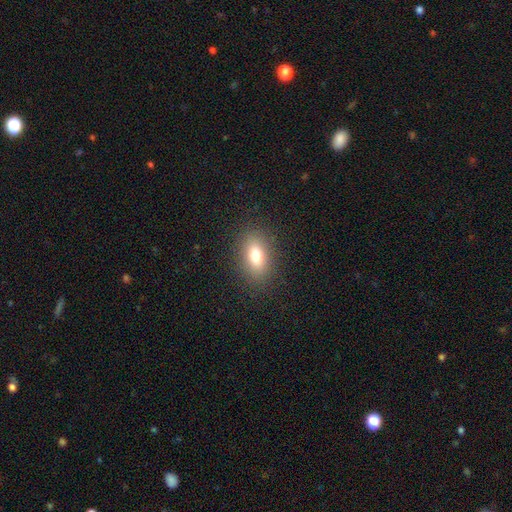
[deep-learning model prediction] A smooth galaxy with no disk features (75%) that is in between round and cigar-shaped (82%). Merging: none (87%).